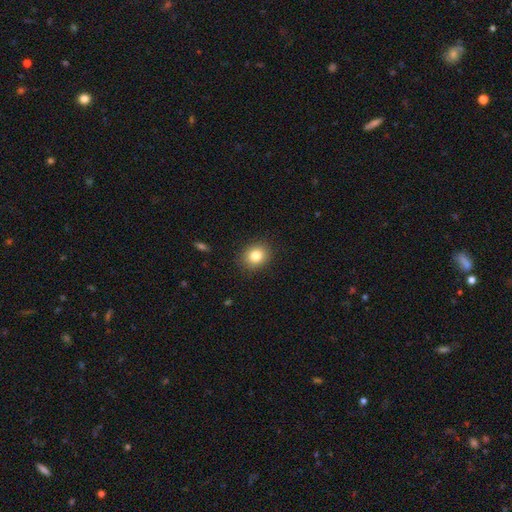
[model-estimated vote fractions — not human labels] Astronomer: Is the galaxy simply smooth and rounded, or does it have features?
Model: smooth — 82%.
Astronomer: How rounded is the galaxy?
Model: round — 68%.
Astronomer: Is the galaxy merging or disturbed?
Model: none — 89%.